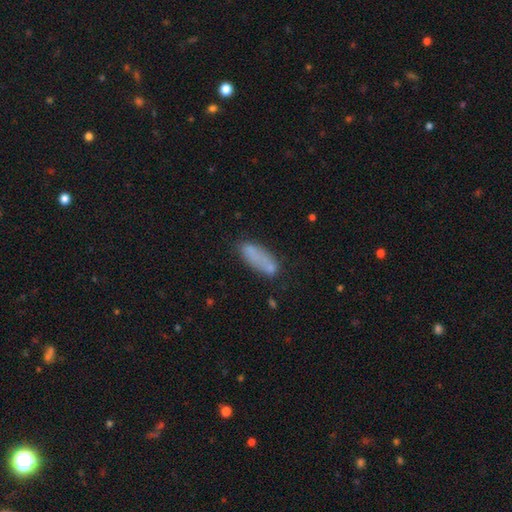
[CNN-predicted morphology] smooth 72%, featured or disk 18%, star or artifact 9%. Down the decision tree: how rounded — in between (65%); merging — none (54%).